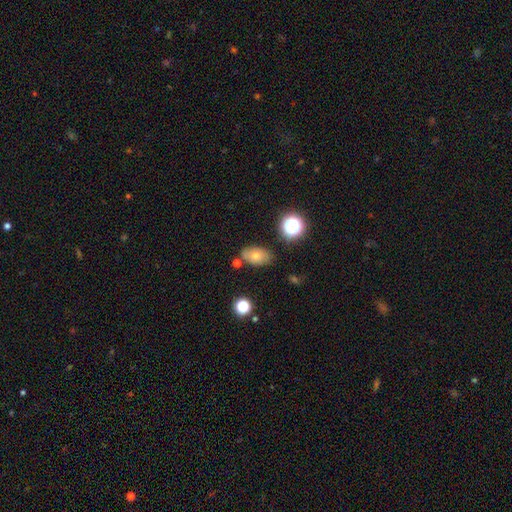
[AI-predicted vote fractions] A smooth galaxy with no disk features (69%) that is in between round and cigar-shaped (86%).

Vote fractions:
- Smooth or featured? smooth: 69% / featured or disk: 19% / star or artifact: 13%
- How rounded? in between: 86% / round: 12% / cigar-shaped: 2%
- Merging? none: 73% / minor disturbance: 17% / merger: 6% / major disturbance: 4%